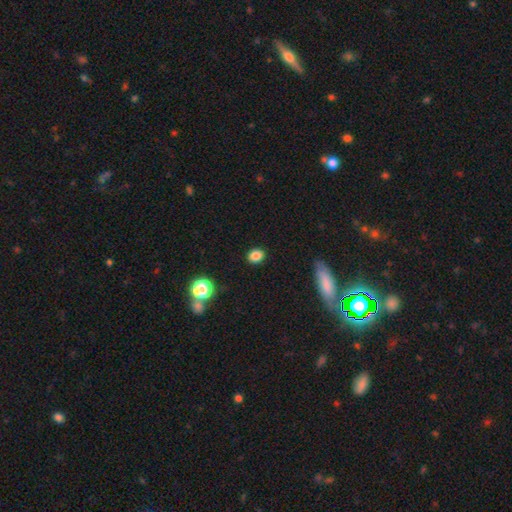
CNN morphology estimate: Smooth or featured? Predicted: smooth (p=0.85). How rounded? Predicted: round (p=0.54). Merging? Predicted: none (p=0.88).